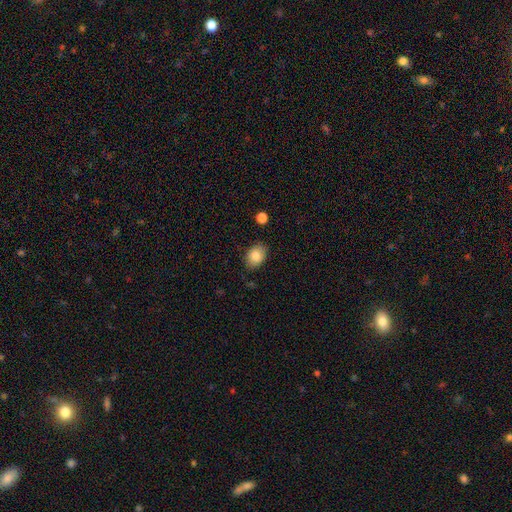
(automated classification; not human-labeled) This is clearly a smooth galaxy (84%). How rounded: likely in between (75%). Merging: clearly none (82%).